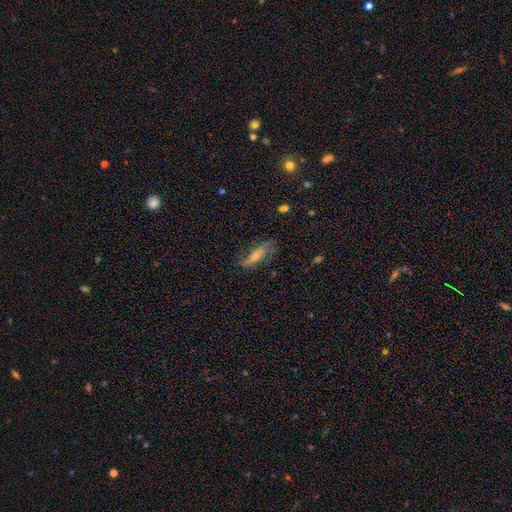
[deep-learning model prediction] Smooth or featured? Predicted: featured or disk (p=0.59). Edge-on disk? Predicted: no (p=0.69). Merging? Predicted: none (p=0.67).